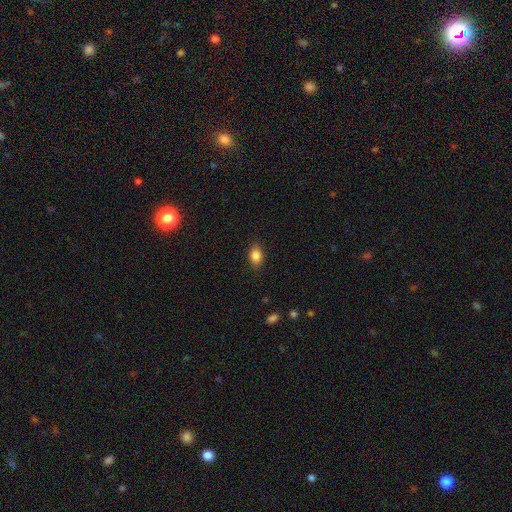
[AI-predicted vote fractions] This appears to be a smooth galaxy with no disk features (84%) that is in between round and cigar-shaped (79%). Merging: none (85%).